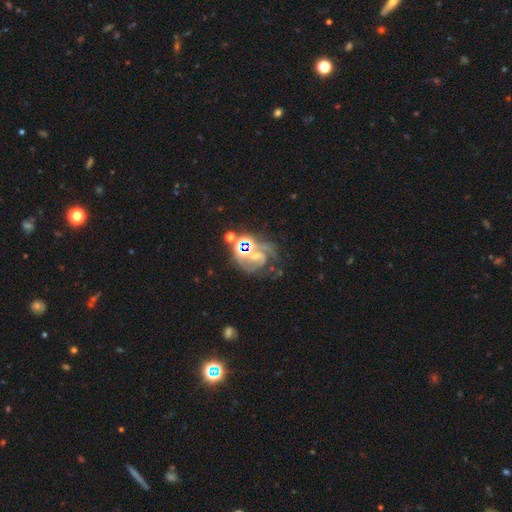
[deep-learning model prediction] Smooth or featured: featured or disk — 54% (star or artifact — 34%)
Edge-on disk: no — 97% (yes — 3%)
Bar: no — 52% (weak — 32%)
Spiral arms: yes — 83% (no — 17%)
Bulge size: small — 47% (moderate — 31%)
Merging: none — 49% (major disturbance — 23%)